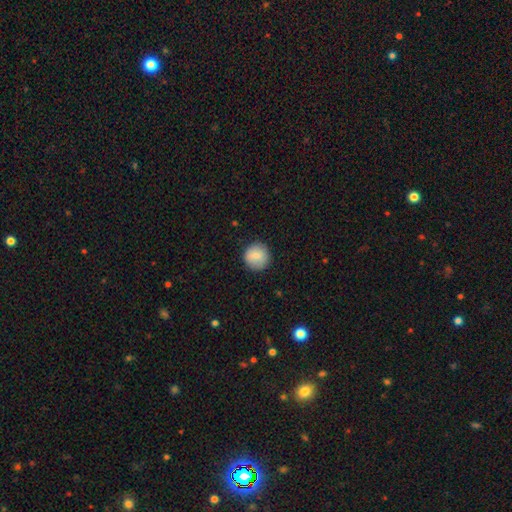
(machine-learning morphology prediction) smooth_or_featured: smooth (p=0.85) [alt: featured or disk p=0.08]
how_rounded: round (p=0.94) [alt: in between p=0.05]
merging: none (p=0.88) [alt: minor disturbance p=0.09]